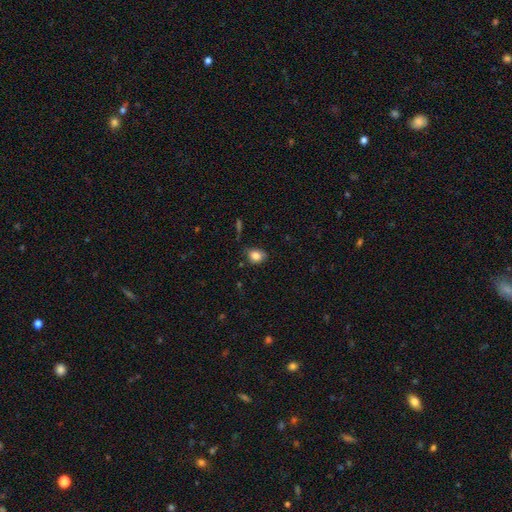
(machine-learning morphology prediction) smooth_or_featured: smooth (p=0.83) [alt: star or artifact p=0.10]
how_rounded: in between (p=0.53) [alt: round p=0.46]
merging: none (p=0.70) [alt: minor disturbance p=0.23]